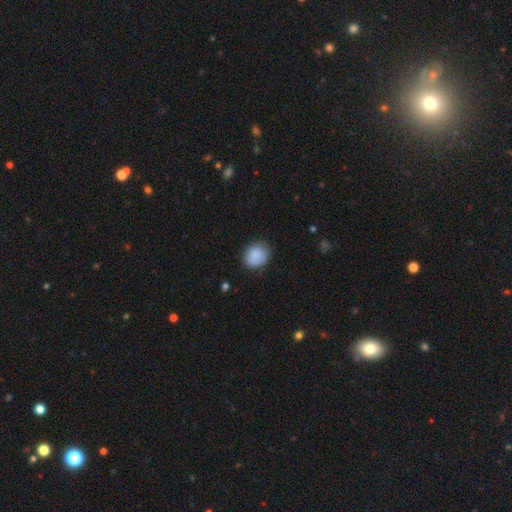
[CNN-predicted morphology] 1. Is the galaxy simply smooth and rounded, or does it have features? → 88% smooth, 7% star or artifact, 5% featured or disk.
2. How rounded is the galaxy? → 65% round, 34% in between, 1% cigar-shaped.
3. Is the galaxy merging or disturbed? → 80% none, 16% minor disturbance, 3% major disturbance, 1% merger.